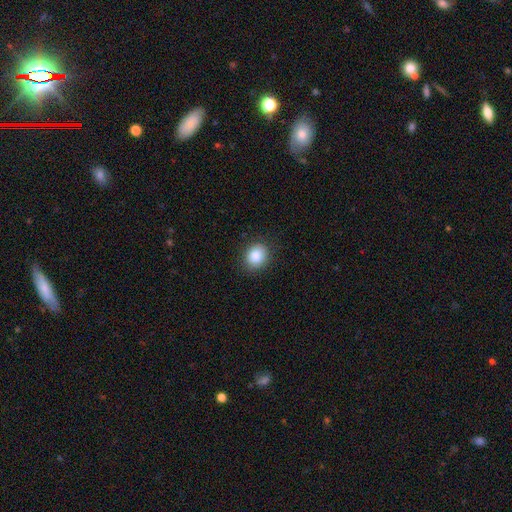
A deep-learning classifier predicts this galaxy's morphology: type=smooth (85%); roundness=round (72%); merging=none (88%).